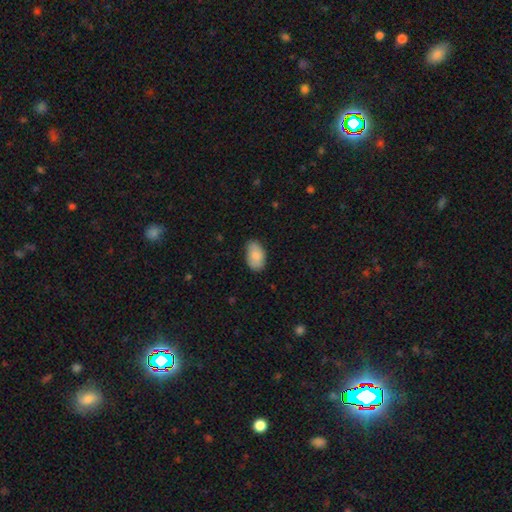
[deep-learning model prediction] smooth-or-featured: smooth: 85% | featured or disk: 8% | star or artifact: 6%
  how-rounded: in between: 93% | round: 6% | cigar-shaped: 1%
  merging: none: 74% | minor disturbance: 21% | major disturbance: 3% | merger: 1%